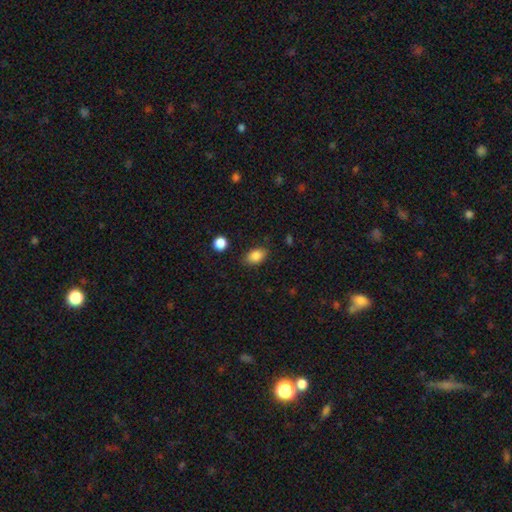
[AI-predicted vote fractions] This is clearly a smooth galaxy (85%). How rounded: clearly in between (84%). Merging: clearly none (81%).